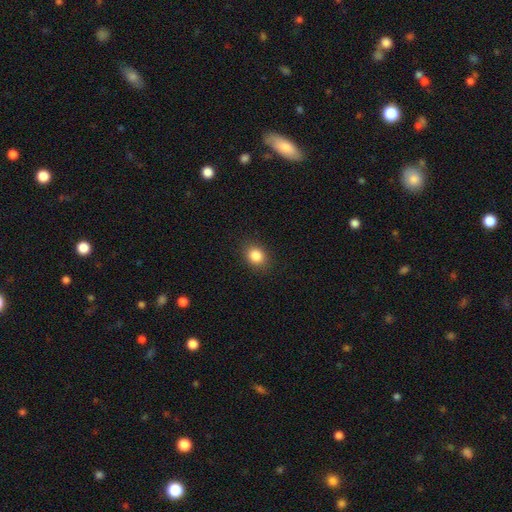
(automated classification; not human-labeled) Smooth or featured? Predicted: smooth (p=0.86). How rounded? Predicted: in between (p=0.51). Merging? Predicted: none (p=0.87).